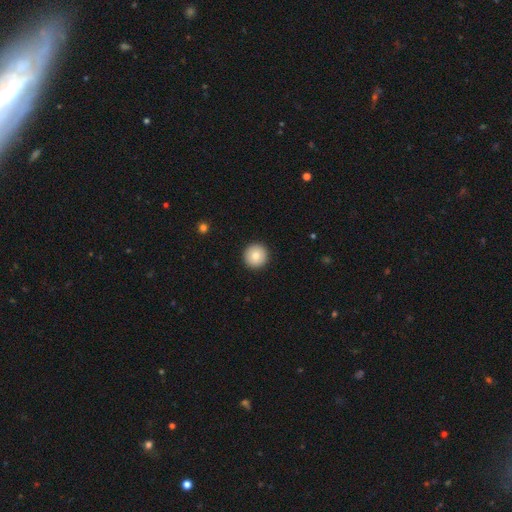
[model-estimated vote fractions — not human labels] Morphology: type=smooth (83%); roundness=round (96%); merging=none (94%).